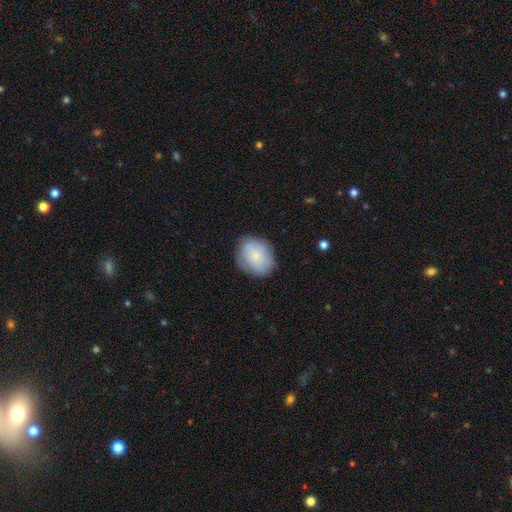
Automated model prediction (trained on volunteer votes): The model was most divided on "how rounded": round: 54%, in between: 46%, cigar-shaped: 1%. More confident: merging — none (76%); smooth or featured — smooth (75%).